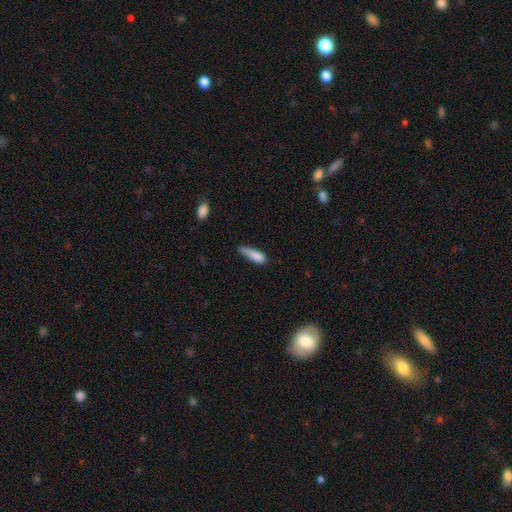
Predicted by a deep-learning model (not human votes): Smooth or featured?
  - smooth: 82% *
  - featured or disk: 10%
  - star or artifact: 7%
How rounded?
  - cigar-shaped: 52% *
  - in between: 45%
  - round: 3%
Merging?
  - minor disturbance: 43% *
  - none: 36%
  - major disturbance: 17%
  - merger: 4%